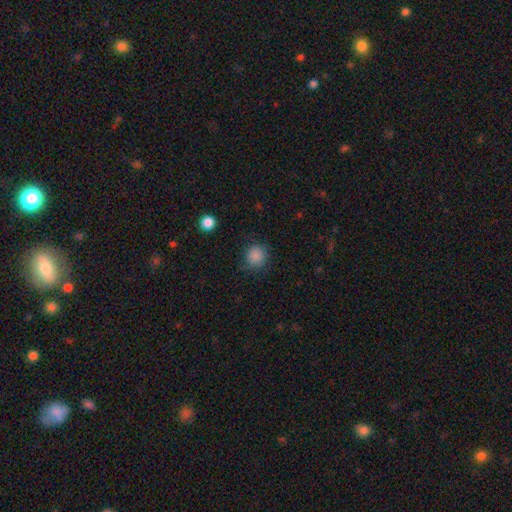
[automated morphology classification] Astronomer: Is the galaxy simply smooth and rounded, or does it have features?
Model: smooth — 85%.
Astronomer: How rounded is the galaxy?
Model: round — 90%.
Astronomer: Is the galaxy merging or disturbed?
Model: none — 83%.